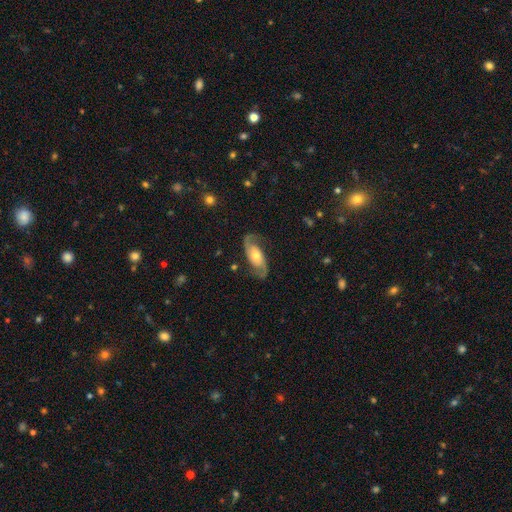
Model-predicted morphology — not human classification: The model was most divided on "spiral winding": medium: 47%, loose: 34%, tight: 19%. More confident: spiral arms — yes (96%); edge-on disk — no (95%); spiral arm count — 2 (93%); smooth or featured — featured or disk (85%); merging — none (80%); bulge size — moderate (62%); bar — no (59%).